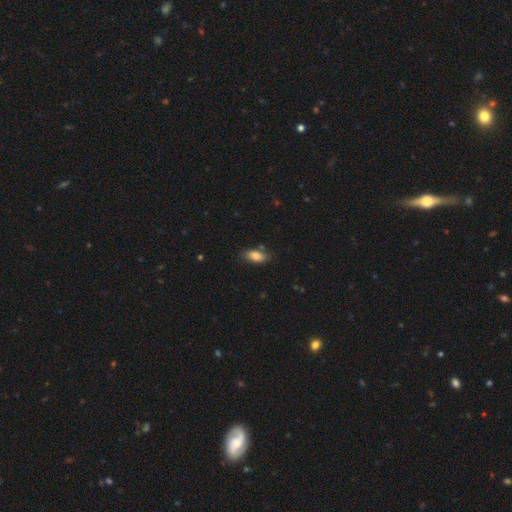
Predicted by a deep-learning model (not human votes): smooth-or-featured: smooth: 84% | featured or disk: 9% | star or artifact: 8%
  how-rounded: in between: 88% | cigar-shaped: 9% | round: 3%
  merging: none: 77% | minor disturbance: 16% | major disturbance: 3% | merger: 3%